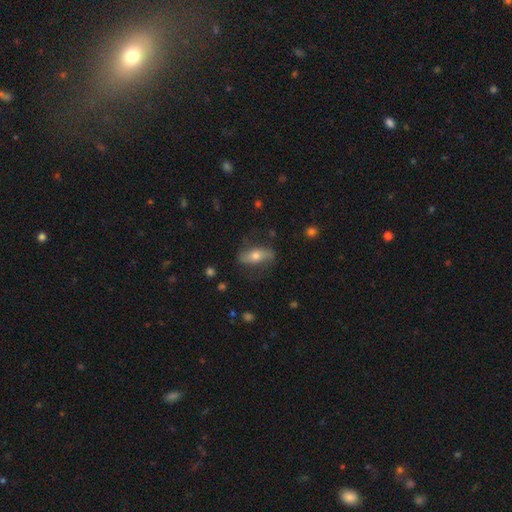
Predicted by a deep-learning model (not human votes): This appears to be a featured or disk galaxy (46%, tied with smooth). Merging: none (74%).